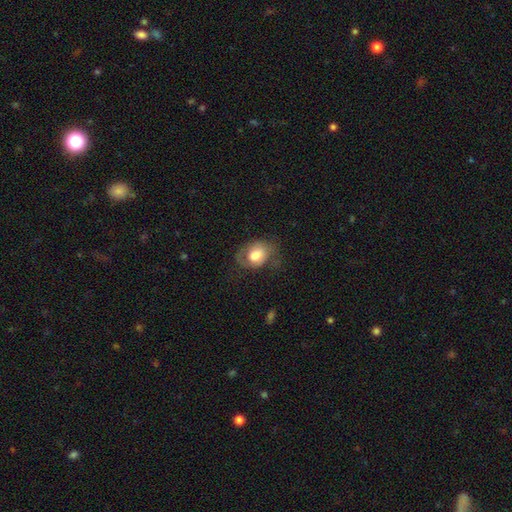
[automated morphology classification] This is likely a smooth galaxy (65%). How rounded: likely in between (62%). Merging: possibly none (48%).